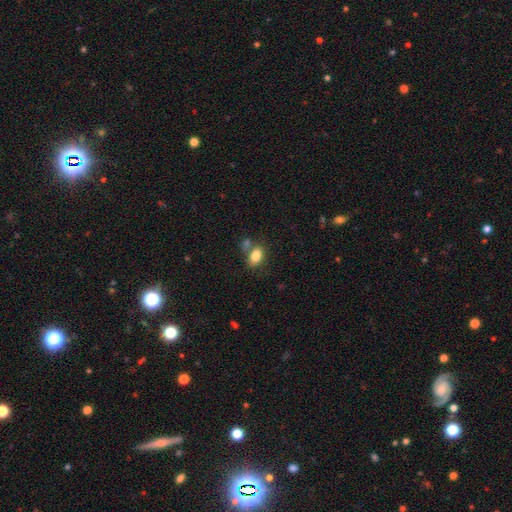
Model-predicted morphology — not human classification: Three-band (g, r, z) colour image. It shows a smooth galaxy with no disk features (82%) that is in between round and cigar-shaped (83%). Merging: none (58%).